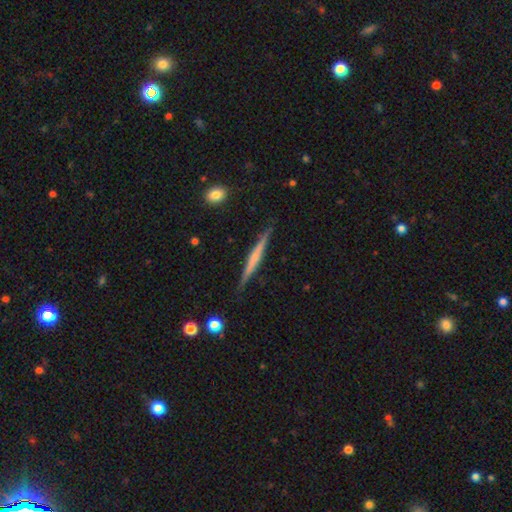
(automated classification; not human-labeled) Q: Smooth or featured?
A: featured or disk (60%); runner-up: smooth (34%)
Q: Edge-on disk?
A: yes (98%); runner-up: no (2%)
Q: Edge-on bulge?
A: none (61%); runner-up: rounded (23%)
Q: Merging?
A: none (88%); runner-up: minor disturbance (9%)